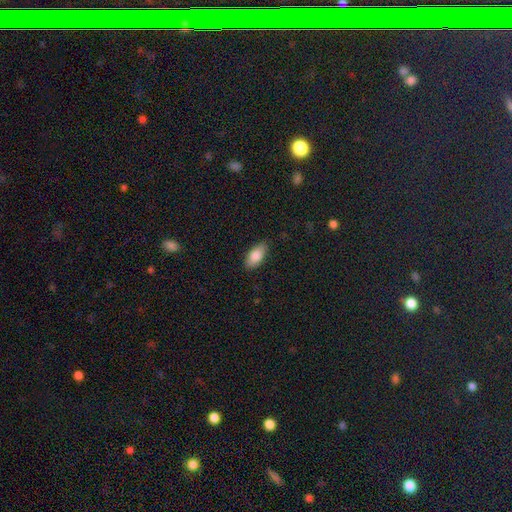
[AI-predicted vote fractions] The model was most divided on "smooth or featured": smooth: 84%, featured or disk: 10%, star or artifact: 6%. More confident: how rounded — in between (90%); merging — none (86%).